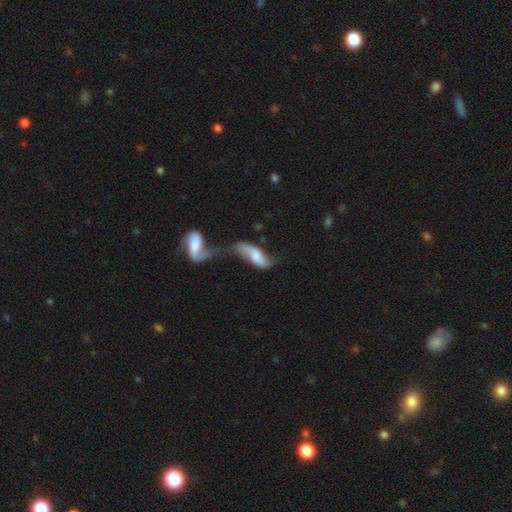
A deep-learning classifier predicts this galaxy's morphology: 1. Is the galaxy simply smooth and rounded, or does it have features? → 48% smooth, 44% featured or disk, 7% star or artifact.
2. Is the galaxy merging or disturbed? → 64% merger, 14% none, 13% major disturbance, 9% minor disturbance.